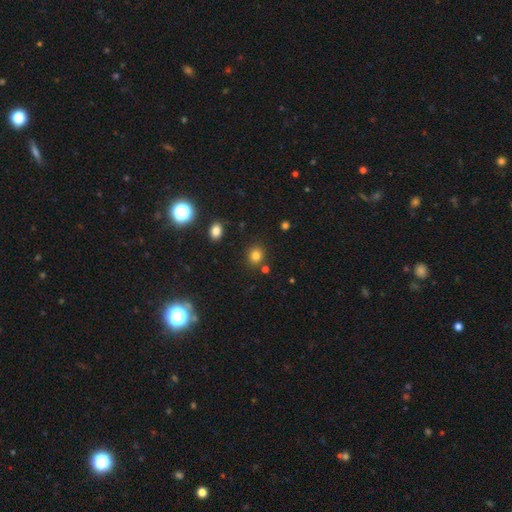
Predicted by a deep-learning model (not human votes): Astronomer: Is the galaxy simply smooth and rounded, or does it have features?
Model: smooth — 81%.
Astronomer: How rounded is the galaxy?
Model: round — 79%.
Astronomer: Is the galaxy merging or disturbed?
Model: none — 82%.